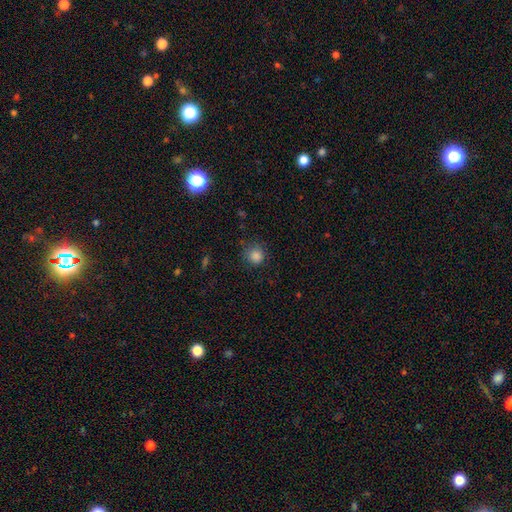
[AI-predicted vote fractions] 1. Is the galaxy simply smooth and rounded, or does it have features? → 84% smooth, 11% star or artifact, 4% featured or disk.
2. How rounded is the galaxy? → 91% round, 8% in between, 1% cigar-shaped.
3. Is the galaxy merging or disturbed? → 78% none, 16% minor disturbance, 5% major disturbance, 2% merger.